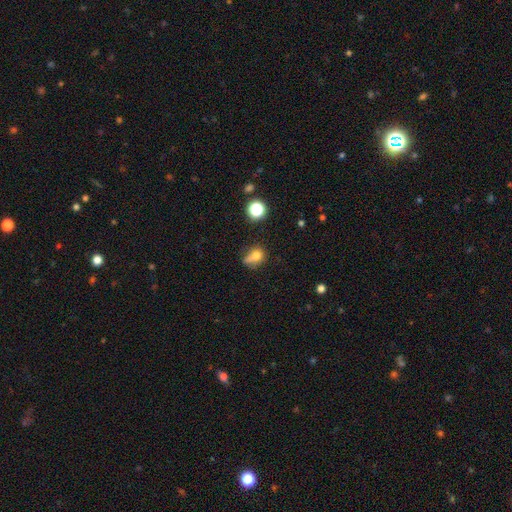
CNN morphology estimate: The model was most divided on "merging": none: 40%, minor disturbance: 27%, major disturbance: 17%, merger: 16%. More confident: smooth or featured — smooth (72%); how rounded — round (55%).